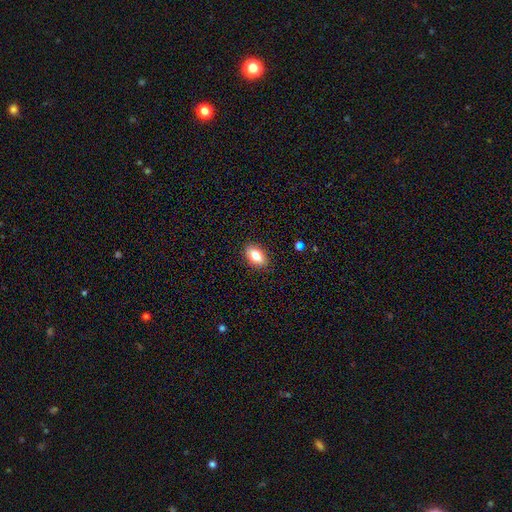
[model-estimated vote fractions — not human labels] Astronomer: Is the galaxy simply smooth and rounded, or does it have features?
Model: smooth — 81%.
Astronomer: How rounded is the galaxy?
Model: in between — 90%.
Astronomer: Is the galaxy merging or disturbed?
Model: none — 88%.